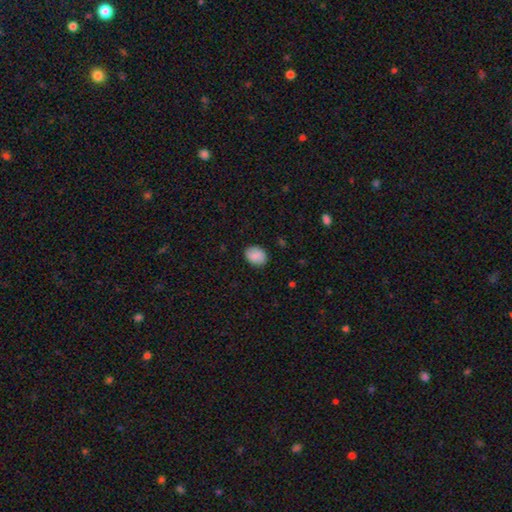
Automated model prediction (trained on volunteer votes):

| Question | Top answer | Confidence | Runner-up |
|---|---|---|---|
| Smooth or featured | smooth | 82% | featured or disk (10%) |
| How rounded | in between | 56% | round (43%) |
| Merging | none | 85% | minor disturbance (11%) |